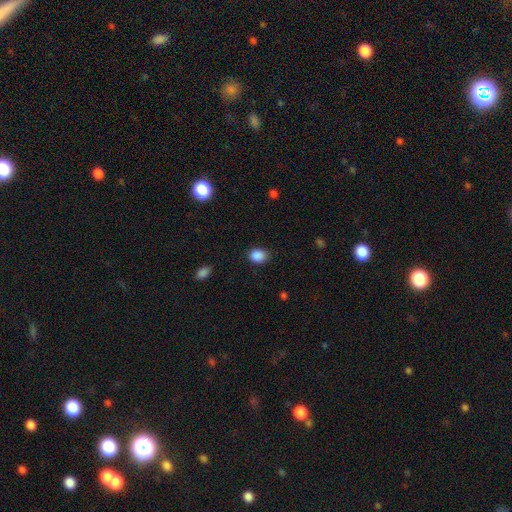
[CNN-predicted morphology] Smooth or featured? Predicted: smooth (p=0.88). How rounded? Predicted: in between (p=0.63). Merging? Predicted: none (p=0.83).